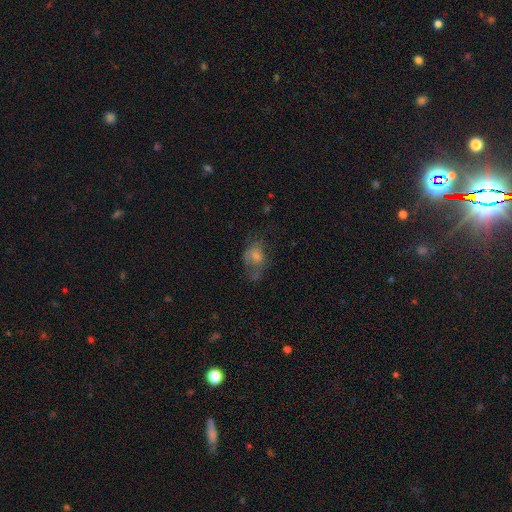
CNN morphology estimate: The model was most divided on "smooth or featured": smooth: 43%, featured or disk: 40%, star or artifact: 18%. Remaining: merging — none (46%).